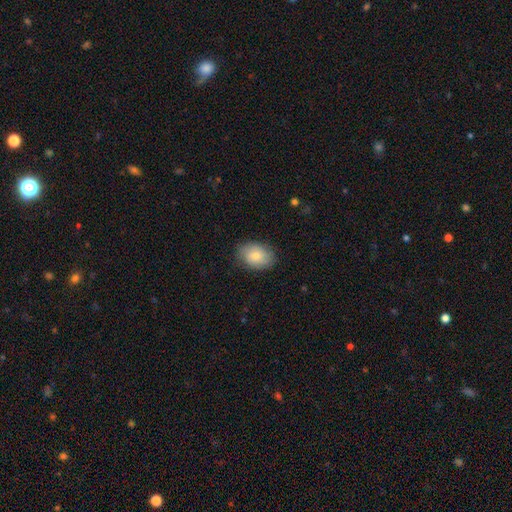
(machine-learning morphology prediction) smooth 75%, featured or disk 18%, star or artifact 7%. Down the decision tree: how rounded — in between (78%); merging — none (80%).